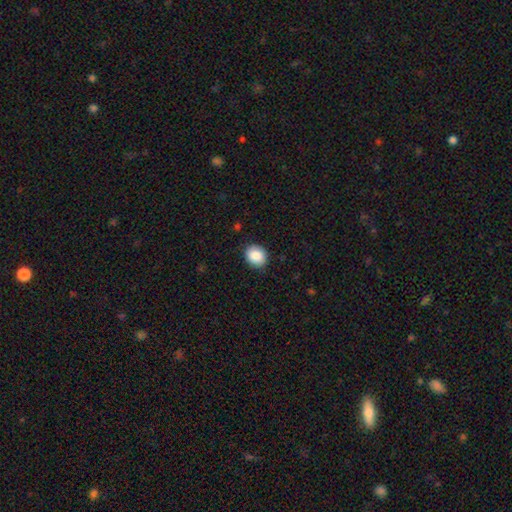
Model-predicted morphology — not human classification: Q: Smooth or featured?
A: smooth (86%); runner-up: star or artifact (8%)
Q: How rounded?
A: round (64%); runner-up: in between (35%)
Q: Merging?
A: none (88%); runner-up: minor disturbance (9%)